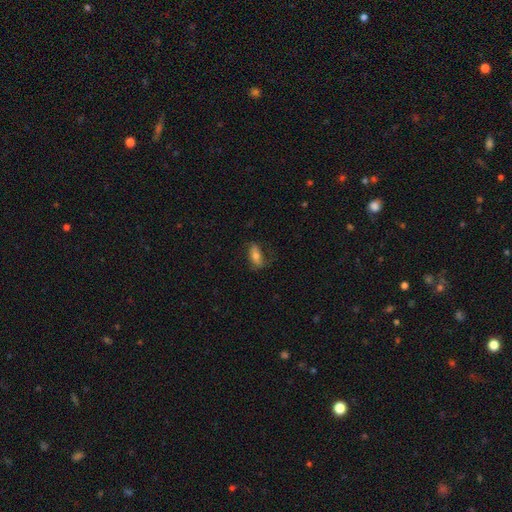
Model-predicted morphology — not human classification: A smooth galaxy with no disk features (61%) that is in between round and cigar-shaped (78%).

Vote fractions:
- Smooth or featured? smooth: 61% / featured or disk: 31% / star or artifact: 8%
- How rounded? in between: 78% / cigar-shaped: 17% / round: 5%
- Merging? none: 66% / minor disturbance: 22% / major disturbance: 11% / merger: 1%